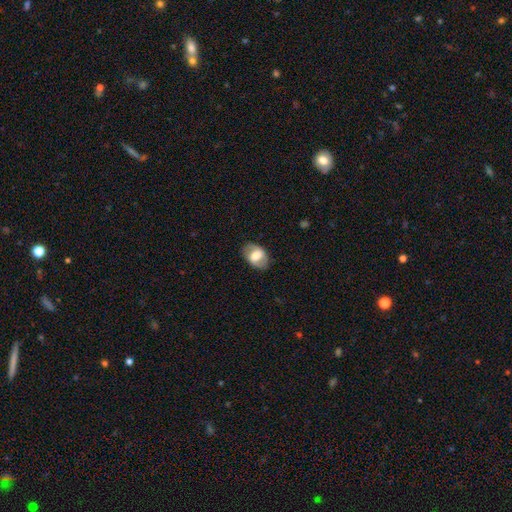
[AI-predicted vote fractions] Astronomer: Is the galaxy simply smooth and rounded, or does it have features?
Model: smooth — 55% (runner-up: featured or disk, 38%).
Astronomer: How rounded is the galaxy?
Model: in between — 82%.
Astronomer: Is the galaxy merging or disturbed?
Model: none — 82%.